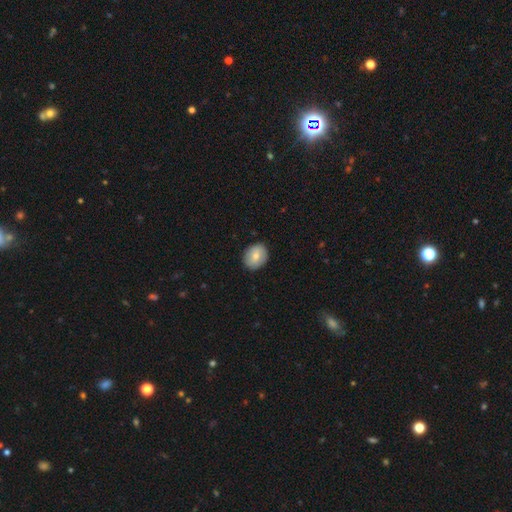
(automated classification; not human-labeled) Overall: smooth (72%). How rounded: round (58%; in between 41%). Merging: none (88%).